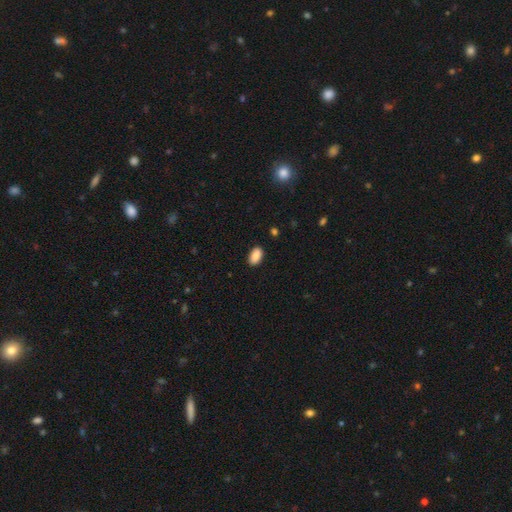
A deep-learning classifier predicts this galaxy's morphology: Overall: smooth (89%). How rounded: in between (94%). Merging: none (89%).